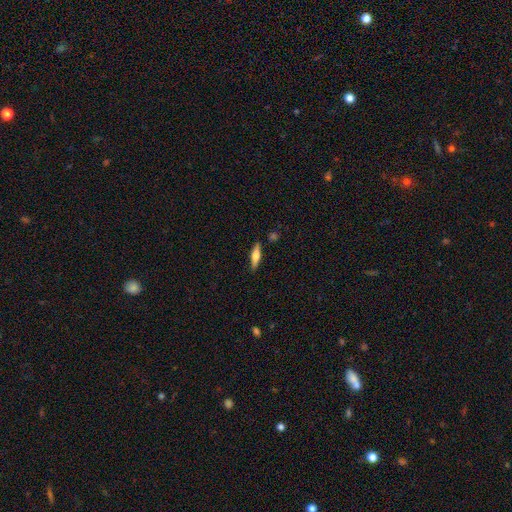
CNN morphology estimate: This appears to be a smooth galaxy with no disk features (52%) that is cigar-shaped (67%). Merging: none (87%).